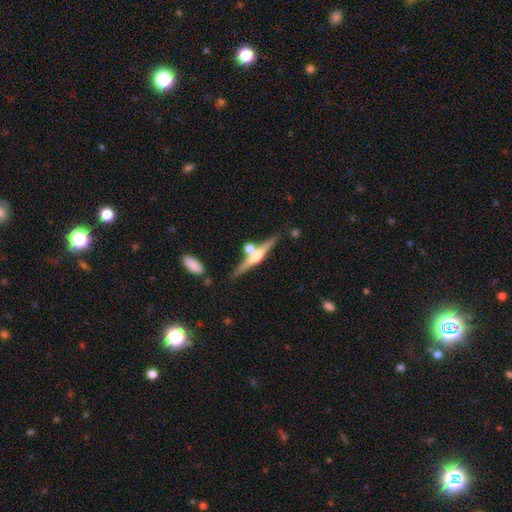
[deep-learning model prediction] Smooth or featured?
  - featured or disk: 73% *
  - smooth: 20%
  - star or artifact: 6%
Edge-on disk?
  - yes: 97% *
  - no: 3%
Edge-on bulge?
  - rounded: 93% *
  - boxy: 4%
  - none: 3%
Merging?
  - none: 73% *
  - merger: 15%
  - minor disturbance: 9%
  - major disturbance: 3%